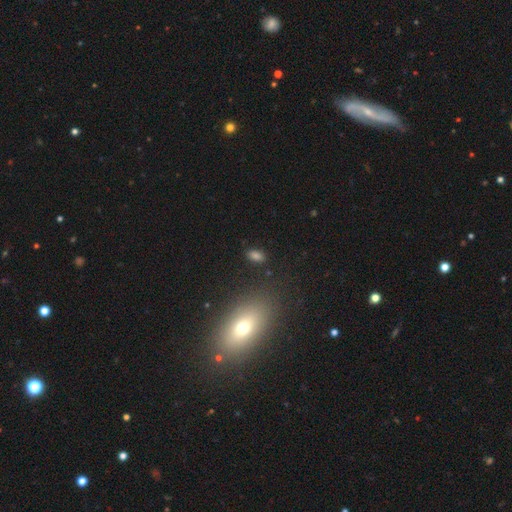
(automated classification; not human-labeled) Smooth or featured? Predicted: smooth (p=0.77). How rounded? Predicted: in between (p=0.86). Merging? Predicted: none (p=0.83).